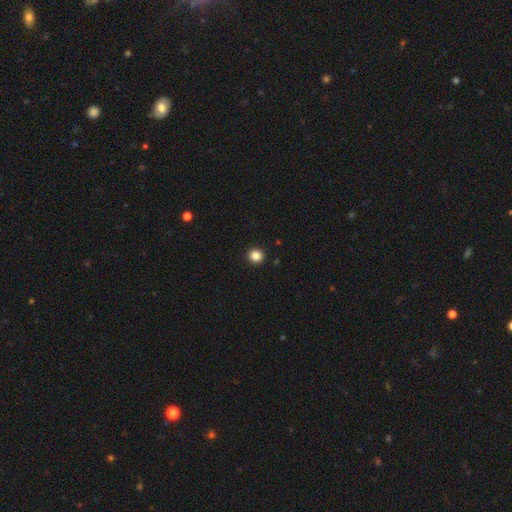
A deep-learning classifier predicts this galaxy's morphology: Smooth or featured?
  - smooth: 86% *
  - star or artifact: 11%
  - featured or disk: 3%
How rounded?
  - round: 93% *
  - in between: 6%
  - cigar-shaped: 1%
Merging?
  - none: 93% *
  - minor disturbance: 4%
  - major disturbance: 1%
  - merger: 1%